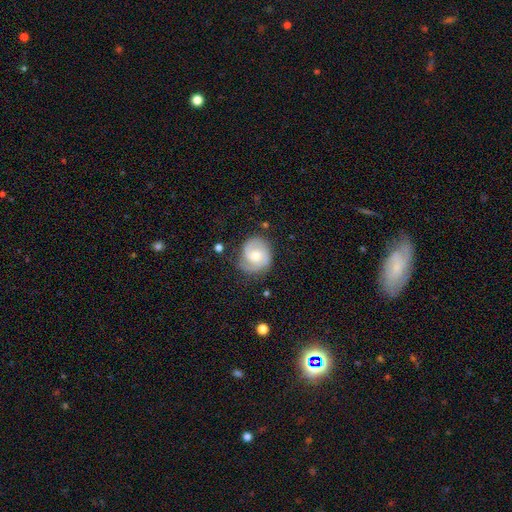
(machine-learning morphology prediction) Smooth or featured?
  - featured or disk: 72% *
  - smooth: 22%
  - star or artifact: 6%
Edge-on disk?
  - no: 98% *
  - yes: 2%
Bar?
  - no: 61% *
  - weak: 33%
  - strong: 5%
Spiral arms?
  - yes: 94% *
  - no: 6%
Spiral winding?
  - tight: 44% *
  - medium: 42%
  - loose: 13%
Spiral arm count?
  - 2: 64% *
  - 3: 13%
  - can't tell: 13%
  - 1: 6%
  - 4: 2%
  - more than 4: 2%
Bulge size?
  - moderate: 57% *
  - small: 36%
  - large: 4%
  - none: 2%
  - dominant: 1%
Merging?
  - none: 71% *
  - minor disturbance: 20%
  - major disturbance: 7%
  - merger: 2%